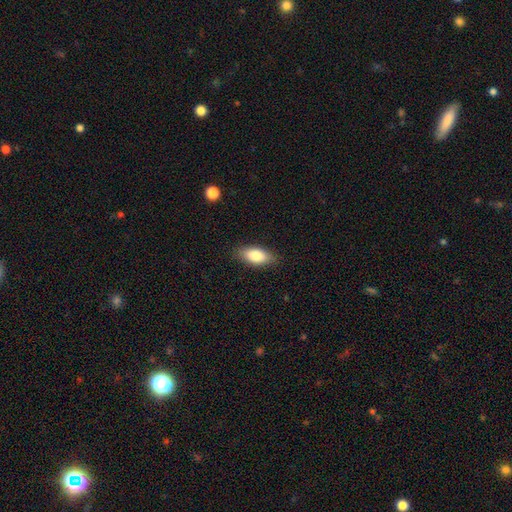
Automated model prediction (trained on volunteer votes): Overall: smooth (80%). How rounded: in between (85%). Merging: none (86%).